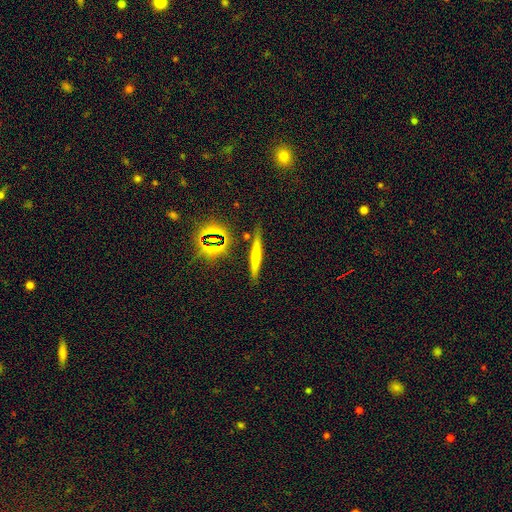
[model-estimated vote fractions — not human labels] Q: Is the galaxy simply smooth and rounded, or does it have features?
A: smooth — 52%.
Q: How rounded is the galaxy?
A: cigar-shaped — 92%.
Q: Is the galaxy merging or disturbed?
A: none — 83%.